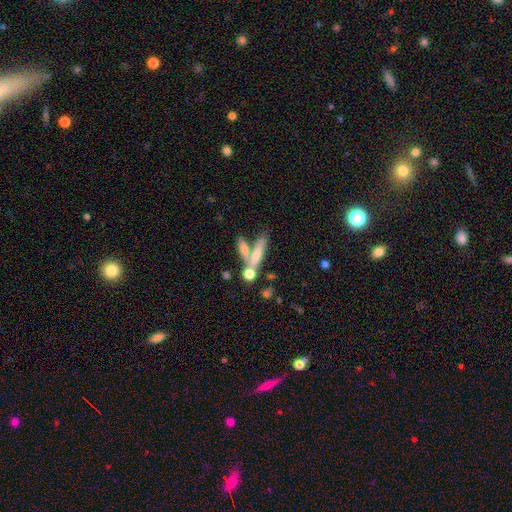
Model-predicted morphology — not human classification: This is possibly a smooth galaxy (57%). How rounded: likely cigar-shaped (73%). Merging: marginally none (44%).